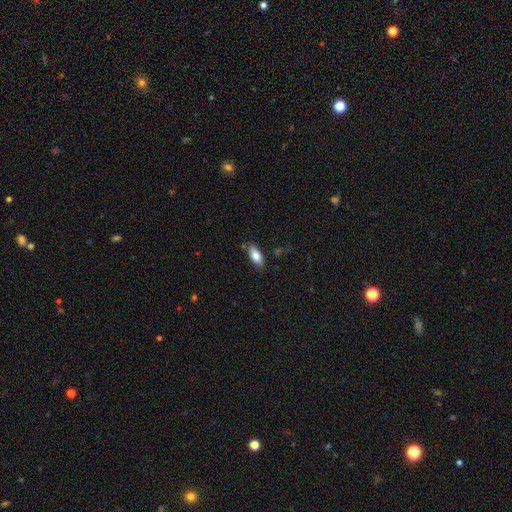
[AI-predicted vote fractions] smooth_or_featured: smooth (p=0.80) [alt: featured or disk p=0.13]
how_rounded: in between (p=0.86) [alt: cigar-shaped p=0.12]
merging: none (p=0.80) [alt: minor disturbance p=0.14]